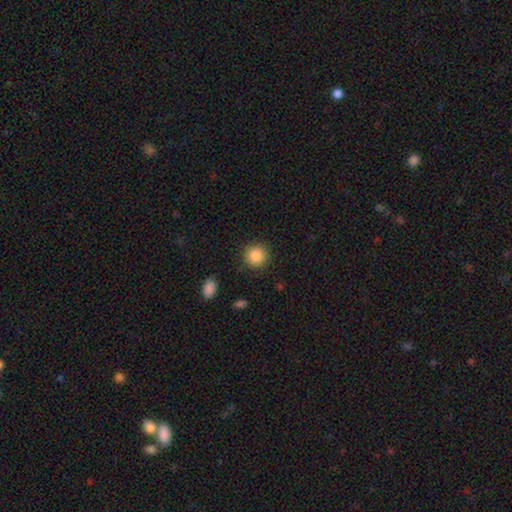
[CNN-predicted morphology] Overall: smooth (87%). How rounded: round (92%). Merging: none (88%).